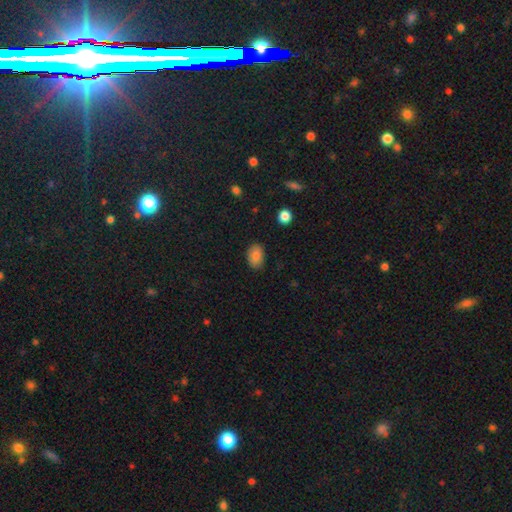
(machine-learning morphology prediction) This appears to be a smooth galaxy with no disk features (83%) that is in between round and cigar-shaped (82%). Merging: none (85%).